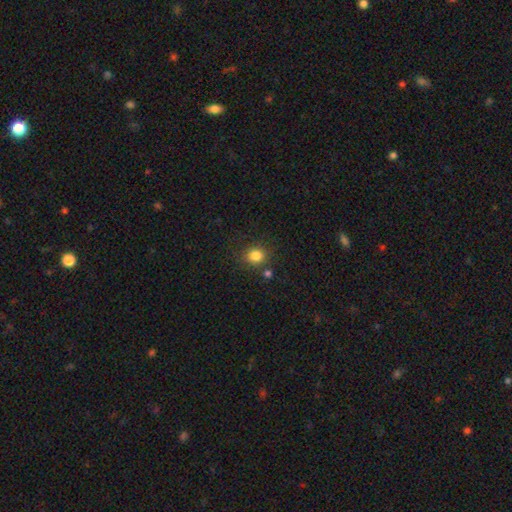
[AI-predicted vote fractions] Smooth or featured? Predicted: smooth (p=0.83). How rounded? Predicted: round (p=0.83). Merging? Predicted: none (p=0.80).